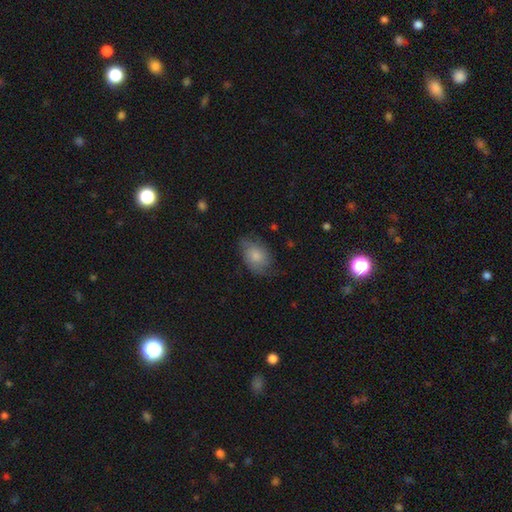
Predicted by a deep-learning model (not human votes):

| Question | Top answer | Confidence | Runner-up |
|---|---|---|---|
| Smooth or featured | smooth | 70% | featured or disk (22%) |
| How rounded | in between | 81% | round (18%) |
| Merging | none | 56% | minor disturbance (31%) |